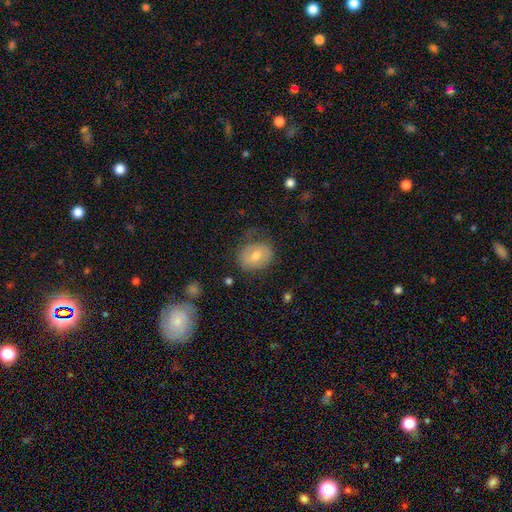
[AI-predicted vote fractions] Smooth or featured? Predicted: smooth (p=0.58). How rounded? Predicted: round (p=0.52). Merging? Predicted: none (p=0.69).